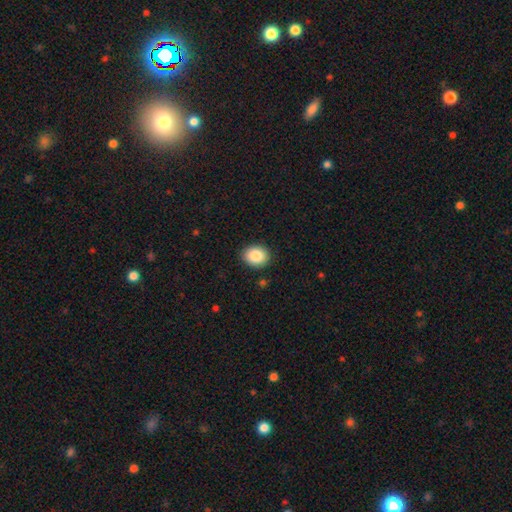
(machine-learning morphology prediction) Smooth or featured?
  - smooth: 86% *
  - star or artifact: 8%
  - featured or disk: 6%
How rounded?
  - round: 52% *
  - in between: 47%
  - cigar-shaped: 1%
Merging?
  - none: 89% *
  - minor disturbance: 8%
  - major disturbance: 2%
  - merger: 1%